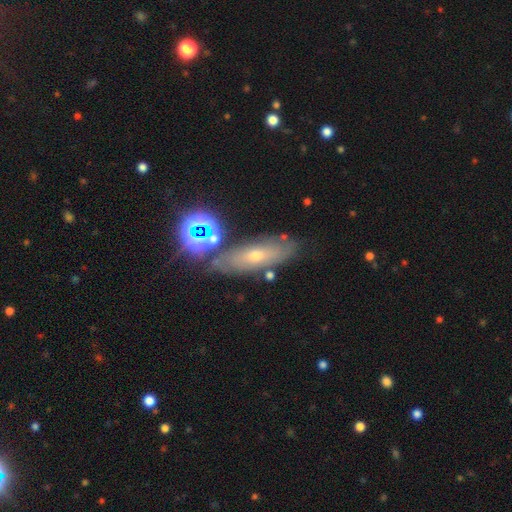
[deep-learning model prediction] Overall: featured or disk (40%; smooth 35%). Merging: none (73%).